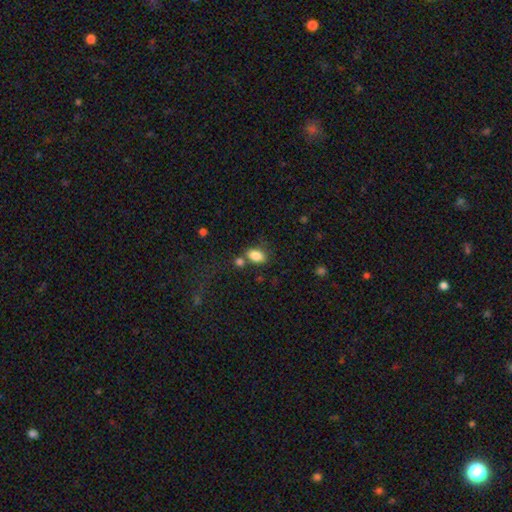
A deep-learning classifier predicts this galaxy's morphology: smooth_or_featured: smooth (p=0.85) [alt: star or artifact p=0.09]
how_rounded: in between (p=0.87) [alt: round p=0.11]
merging: none (p=0.63) [alt: merger p=0.19]